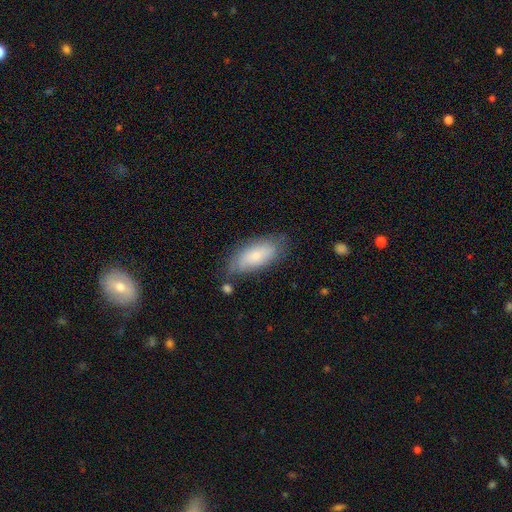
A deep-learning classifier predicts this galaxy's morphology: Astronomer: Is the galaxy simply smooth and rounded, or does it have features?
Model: smooth — 69%.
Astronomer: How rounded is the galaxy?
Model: in between — 86%.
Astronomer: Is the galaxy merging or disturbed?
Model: none — 67%.